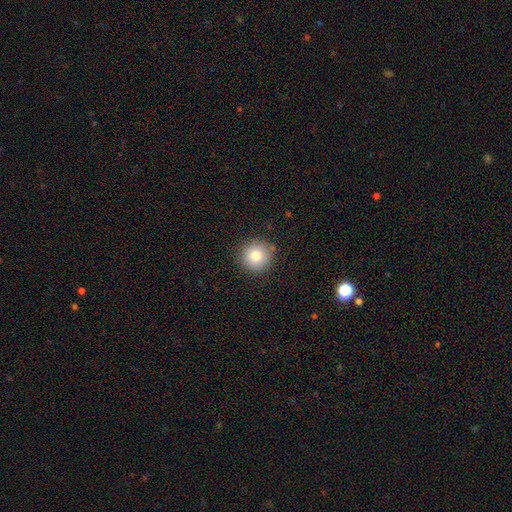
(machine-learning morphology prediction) Smooth or featured? Predicted: smooth (p=0.80). How rounded? Predicted: round (p=0.94). Merging? Predicted: none (p=0.88).